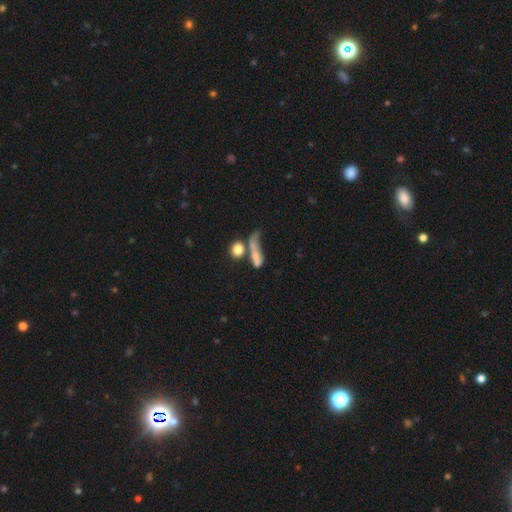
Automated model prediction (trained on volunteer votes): Overall: smooth (62%; featured or disk 26%). How rounded: in between (46%; cigar-shaped 38%). Merging: merger (34%; major disturbance 30%).